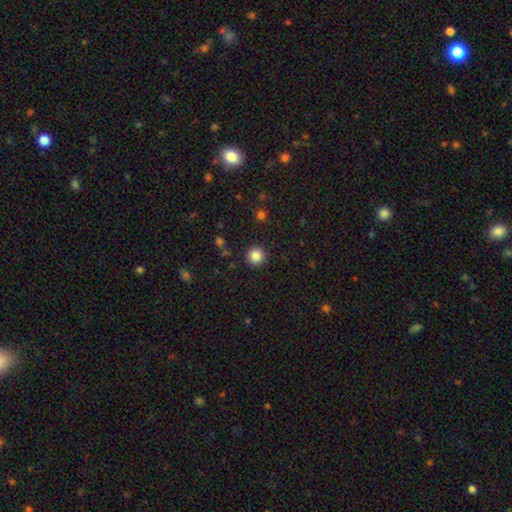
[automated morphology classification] smooth-or-featured: smooth: 85% | star or artifact: 11% | featured or disk: 4%
  how-rounded: round: 96% | in between: 4% | cigar-shaped: 1%
  merging: none: 92% | minor disturbance: 5% | major disturbance: 2% | merger: 1%